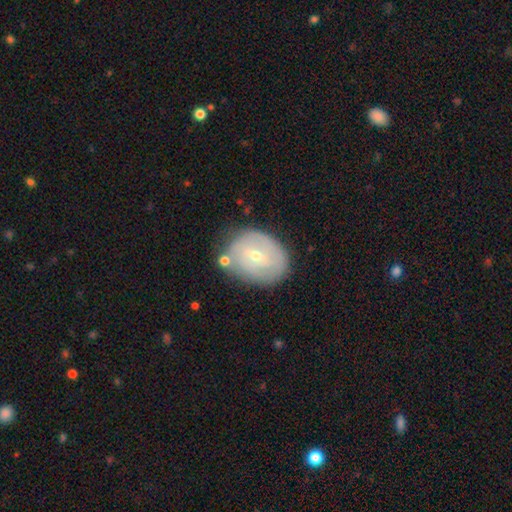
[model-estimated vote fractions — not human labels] smooth_or_featured: featured or disk (p=0.59) [alt: smooth p=0.34]
disk_edge_on: no (p=0.94) [alt: yes p=0.06]
bar: weak (p=0.51) [alt: no p=0.34]
has_spiral_arms: yes (p=0.54) [alt: no p=0.46]
bulge_size: small (p=0.57) [alt: moderate p=0.40]
merging: none (p=0.68) [alt: minor disturbance p=0.20]